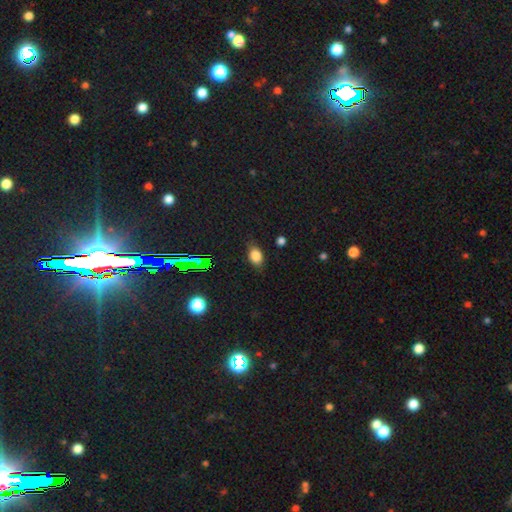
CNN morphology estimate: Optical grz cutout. It shows a smooth galaxy with no disk features (81%) that is in between round and cigar-shaped (80%). Merging: none (77%).